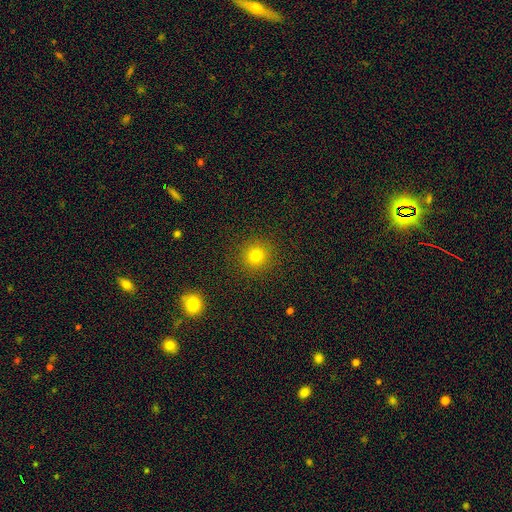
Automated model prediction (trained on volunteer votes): This appears to be a smooth galaxy with no disk features (78%) that is round (93%). Merging: none (90%).